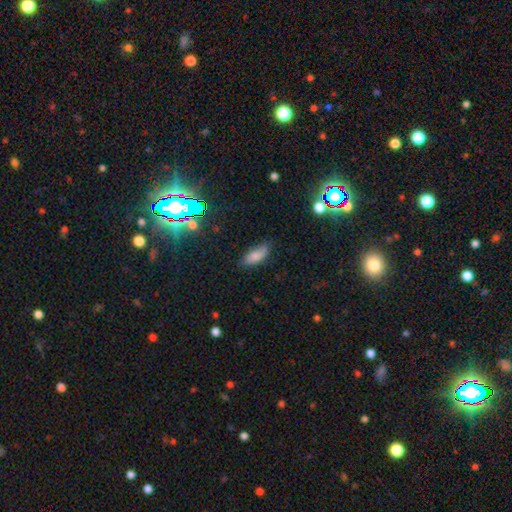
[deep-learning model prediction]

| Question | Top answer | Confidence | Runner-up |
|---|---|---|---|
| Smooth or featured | smooth | 79% | featured or disk (10%) |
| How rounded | in between | 78% | cigar-shaped (19%) |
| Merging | none | 72% | minor disturbance (22%) |